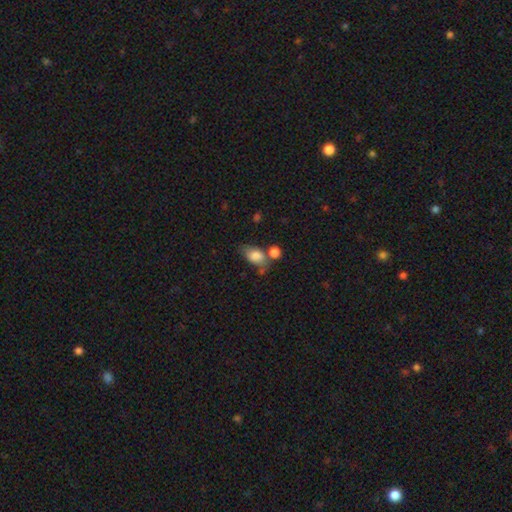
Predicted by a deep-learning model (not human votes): A smooth galaxy with no disk features (80%) that is in between round and cigar-shaped (82%).

Vote fractions:
- Smooth or featured? smooth: 80% / featured or disk: 11% / star or artifact: 9%
- How rounded? in between: 82% / round: 15% / cigar-shaped: 3%
- Merging? none: 43% / merger: 25% / minor disturbance: 22% / major disturbance: 10%